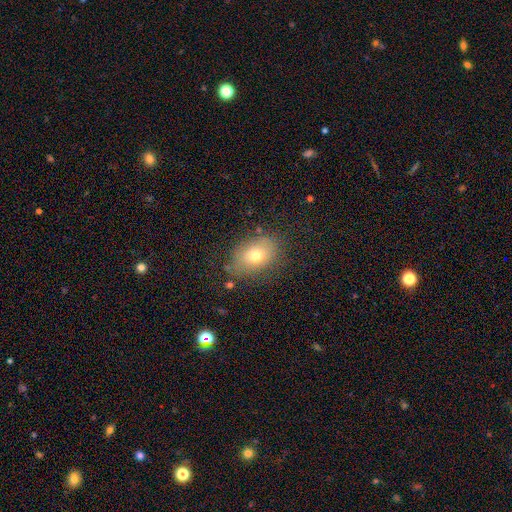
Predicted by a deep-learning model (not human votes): Smooth or featured? smooth (73%)
How rounded? in between (77%)
Merging? none (75%)